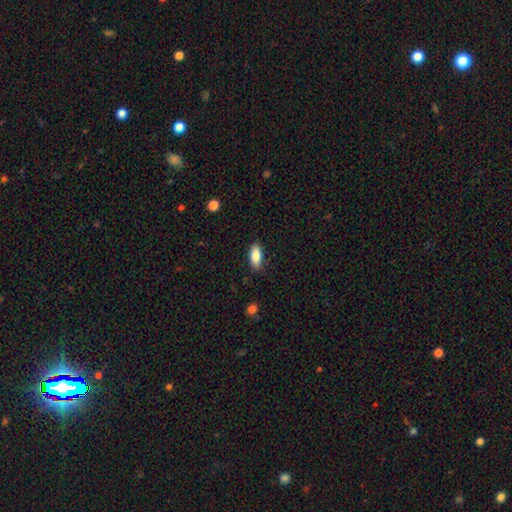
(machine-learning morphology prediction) type=smooth (85%); roundness=in between (82%); merging=none (85%).